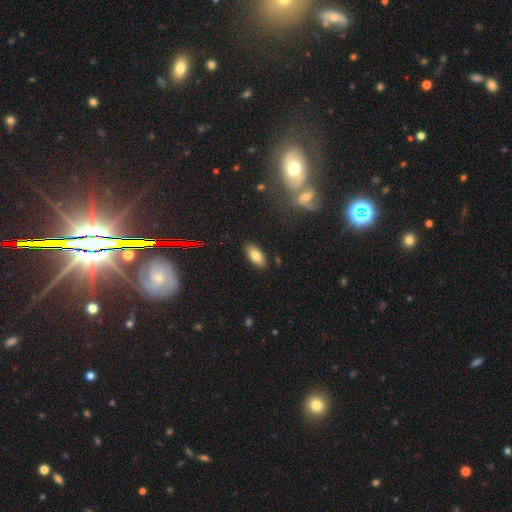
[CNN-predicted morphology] This appears to be a smooth galaxy with no disk features (80%) that is in between round and cigar-shaped (89%). Merging: none (87%).